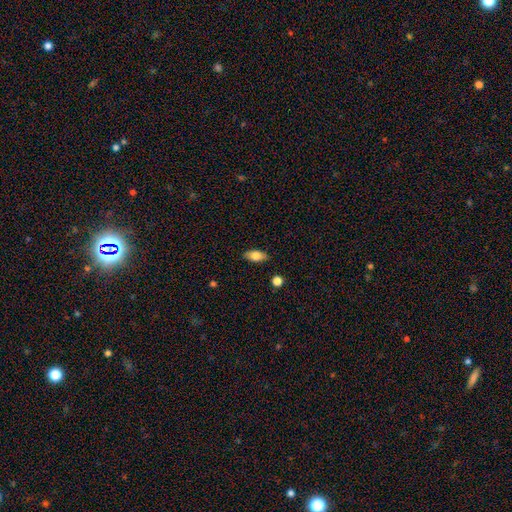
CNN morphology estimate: type=smooth (76%); roundness=in between (86%); merging=none (84%).